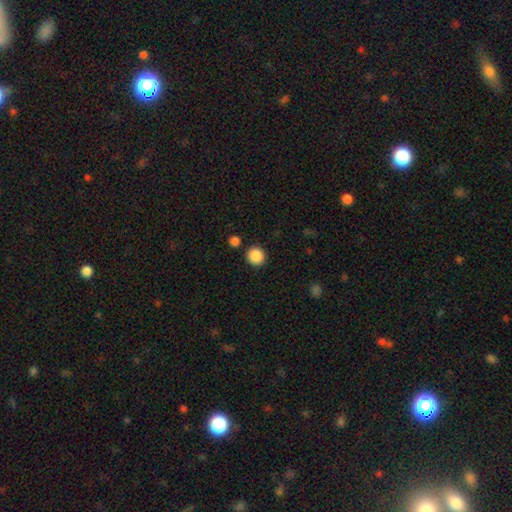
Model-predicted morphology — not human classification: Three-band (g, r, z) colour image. It shows a smooth galaxy with no disk features (88%) that is round (92%). Merging: none (89%).